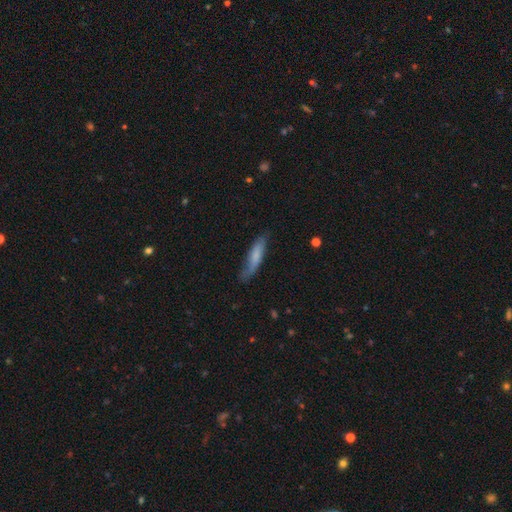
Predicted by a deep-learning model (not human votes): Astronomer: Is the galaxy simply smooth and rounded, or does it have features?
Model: smooth — 69%.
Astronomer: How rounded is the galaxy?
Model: cigar-shaped — 77%.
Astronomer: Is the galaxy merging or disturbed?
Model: none — 67%.